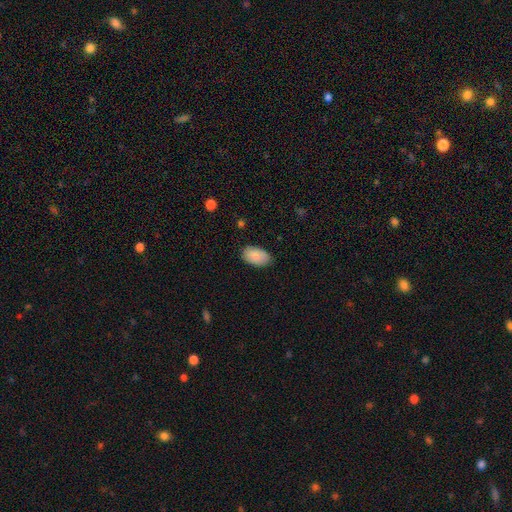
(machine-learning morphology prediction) Q: Smooth or featured?
A: smooth (88%); runner-up: star or artifact (6%)
Q: How rounded?
A: in between (94%); runner-up: round (5%)
Q: Merging?
A: none (83%); runner-up: minor disturbance (13%)